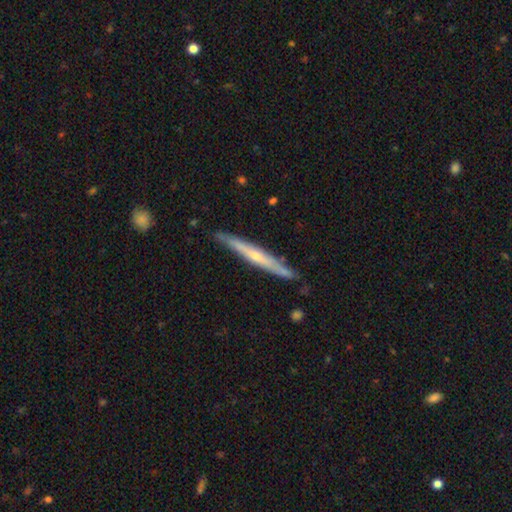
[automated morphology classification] This appears to be a featured or disk galaxy (64%) viewed edge-on (94%) with a rounded central bulge (62%). Merging: none (83%).